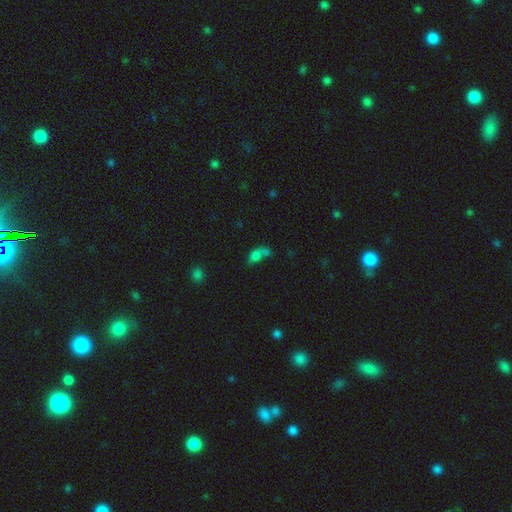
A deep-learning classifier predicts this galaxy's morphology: smooth_or_featured: smooth (p=0.69) [alt: star or artifact p=0.16]
how_rounded: in between (p=0.68) [alt: round p=0.25]
merging: merger (p=0.49) [alt: none p=0.24]